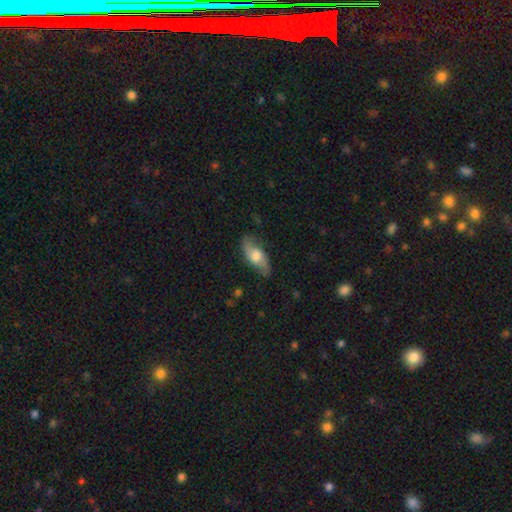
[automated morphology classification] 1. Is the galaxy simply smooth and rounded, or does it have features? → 49% featured or disk, 45% smooth, 6% star or artifact.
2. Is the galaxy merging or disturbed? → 75% none, 18% minor disturbance, 5% major disturbance, 1% merger.